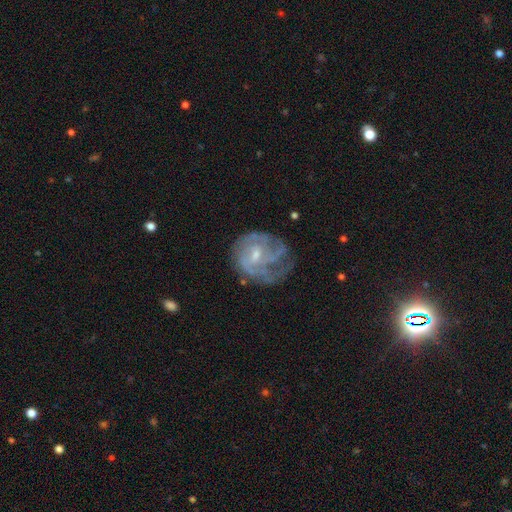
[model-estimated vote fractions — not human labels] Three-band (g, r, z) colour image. It shows a featured or disk galaxy (75%) with a weak bar (47%), tight (46%) spiral arms (80%) and a small central bulge (54%). Merging: none (44%).